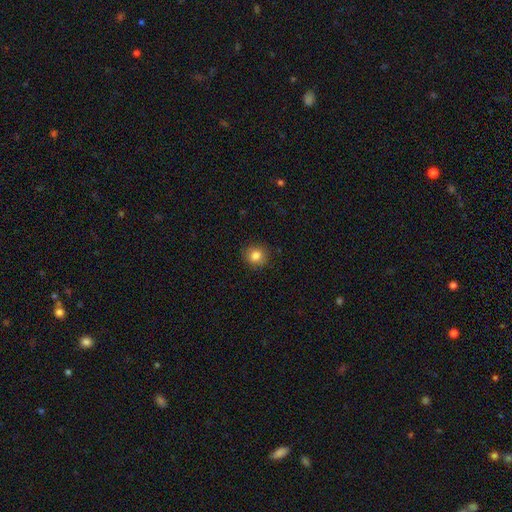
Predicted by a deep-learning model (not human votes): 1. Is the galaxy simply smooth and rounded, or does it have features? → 83% smooth, 11% star or artifact, 7% featured or disk.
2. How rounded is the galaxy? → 86% round, 13% in between, 1% cigar-shaped.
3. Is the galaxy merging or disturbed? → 87% none, 10% minor disturbance, 2% major disturbance, 1% merger.